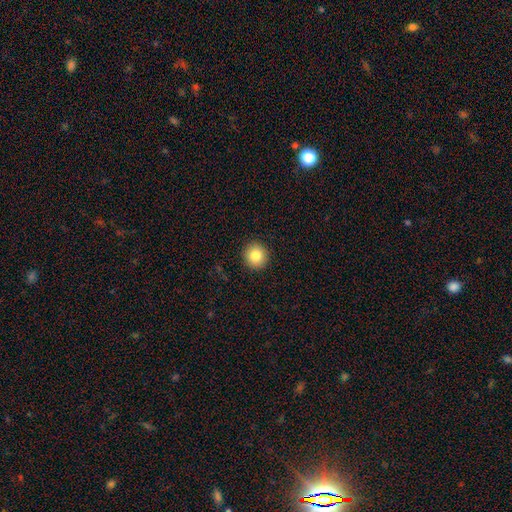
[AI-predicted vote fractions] smooth 83%, star or artifact 10%, featured or disk 7%. Down the decision tree: how rounded — round (93%); merging — none (92%).